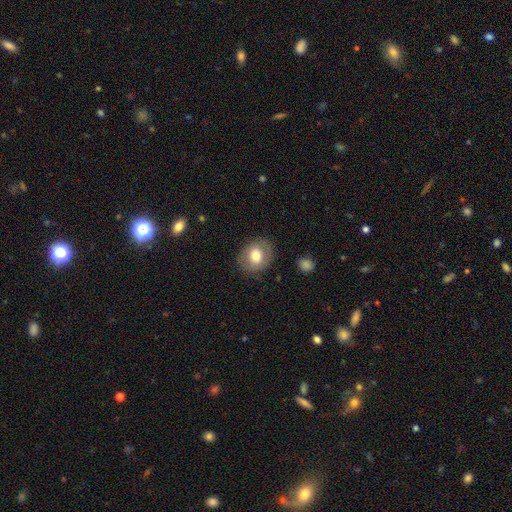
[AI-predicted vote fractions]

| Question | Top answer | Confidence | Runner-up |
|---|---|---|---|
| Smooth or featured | smooth | 71% | featured or disk (21%) |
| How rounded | round | 61% | in between (38%) |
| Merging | none | 83% | minor disturbance (11%) |